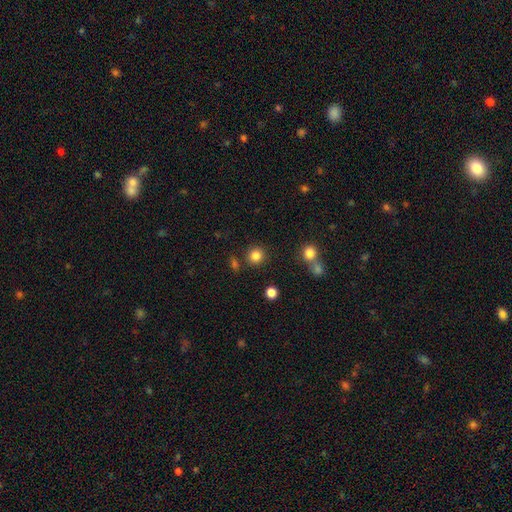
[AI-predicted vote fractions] A smooth galaxy with no disk features (83%) that is round (90%).

Vote fractions:
- Smooth or featured? smooth: 83% / star or artifact: 12% / featured or disk: 4%
- How rounded? round: 90% / in between: 9% / cigar-shaped: 1%
- Merging? none: 84% / minor disturbance: 7% / merger: 6% / major disturbance: 3%